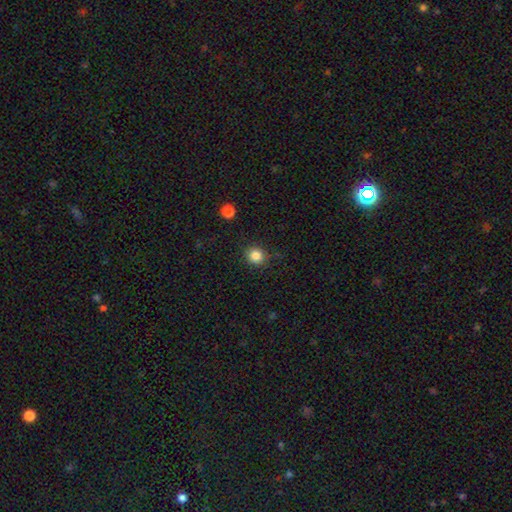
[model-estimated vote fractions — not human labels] Q: Smooth or featured?
A: smooth (84%); runner-up: star or artifact (11%)
Q: How rounded?
A: round (84%); runner-up: in between (15%)
Q: Merging?
A: none (87%); runner-up: minor disturbance (9%)